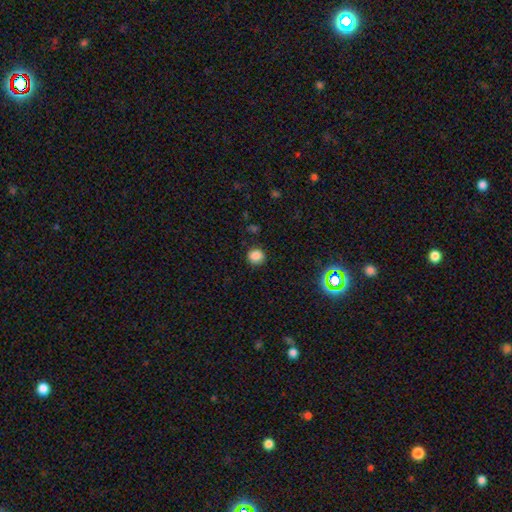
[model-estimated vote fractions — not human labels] smooth-or-featured: smooth: 84% | star or artifact: 13% | featured or disk: 3%
  how-rounded: round: 89% | in between: 10% | cigar-shaped: 1%
  merging: none: 88% | minor disturbance: 8% | major disturbance: 3% | merger: 2%